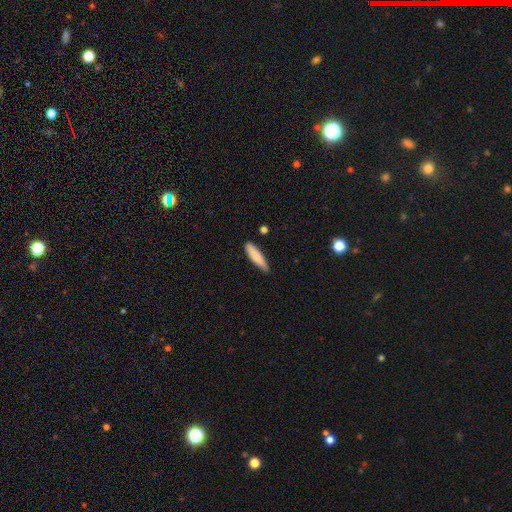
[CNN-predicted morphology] Smooth or featured? Predicted: smooth (p=0.82). How rounded? Predicted: cigar-shaped (p=0.72). Merging? Predicted: none (p=0.78).